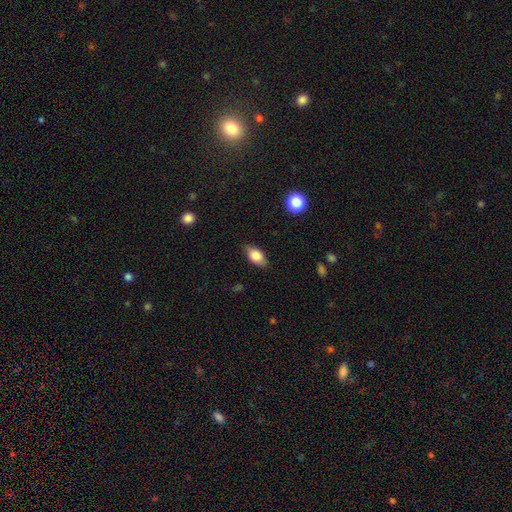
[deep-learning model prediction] smooth 79%, featured or disk 13%, star or artifact 7%. Down the decision tree: how rounded — in between (89%); merging — none (84%).